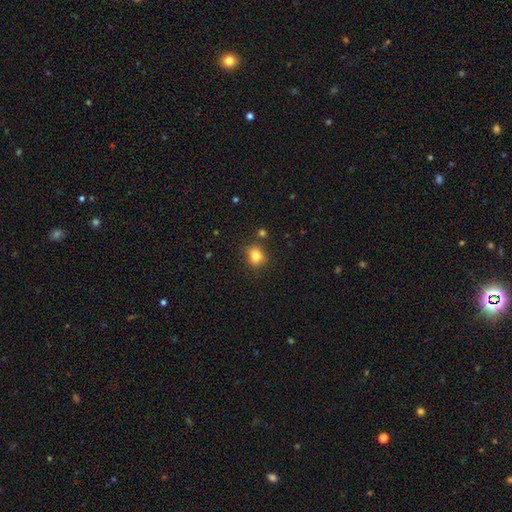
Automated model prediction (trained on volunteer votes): The model was most divided on "how rounded": round: 61%, in between: 38%, cigar-shaped: 1%. More confident: smooth or featured — smooth (83%); merging — none (78%).